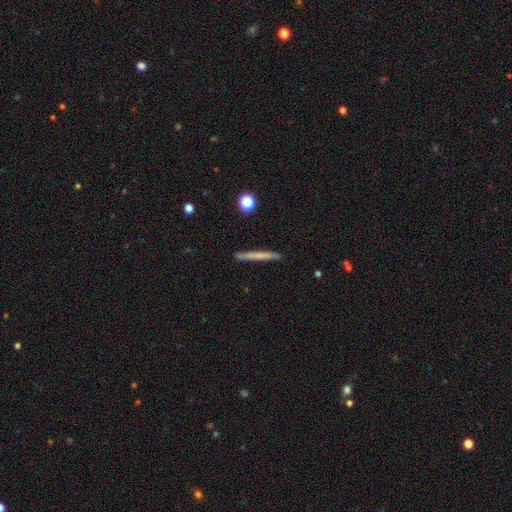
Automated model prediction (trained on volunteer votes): Smooth or featured? Predicted: smooth (p=0.53). How rounded? Predicted: cigar-shaped (p=0.95). Merging? Predicted: none (p=0.91).